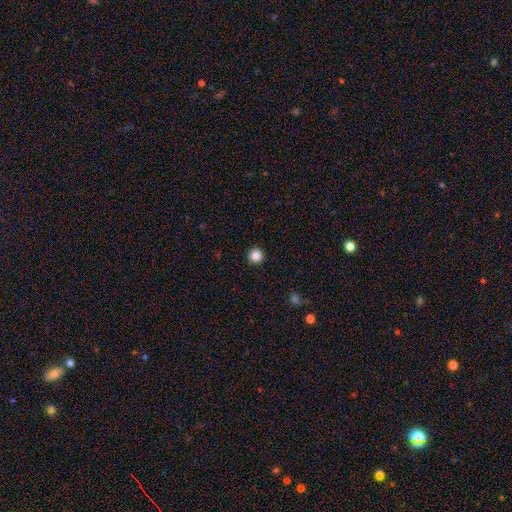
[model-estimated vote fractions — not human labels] smooth 86%, star or artifact 11%, featured or disk 3%. Down the decision tree: how rounded — round (96%); merging — none (93%).